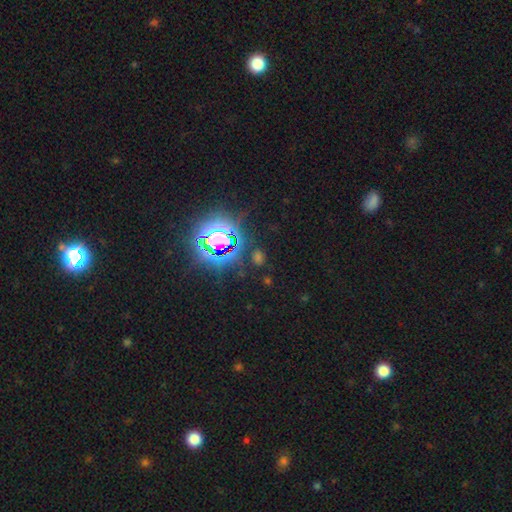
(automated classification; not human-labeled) A star or artifact, not a galaxy (74%).